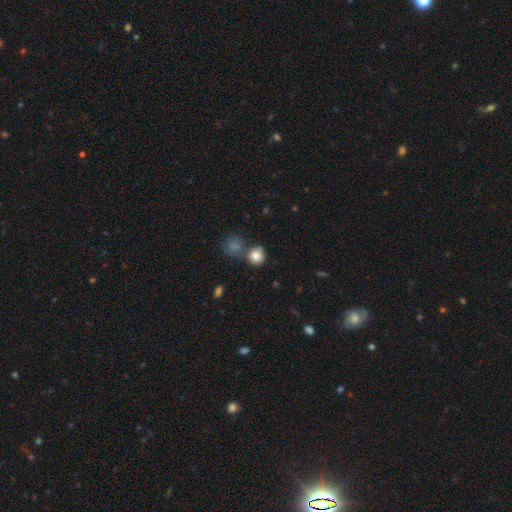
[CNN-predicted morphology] smooth_or_featured: smooth (p=0.83) [alt: star or artifact p=0.10]
how_rounded: round (p=0.86) [alt: in between p=0.13]
merging: none (p=0.62) [alt: merger p=0.19]